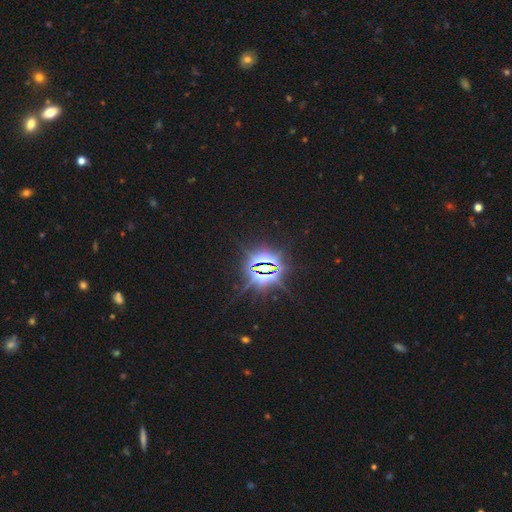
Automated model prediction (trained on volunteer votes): Morphology: type=star or artifact (86%).